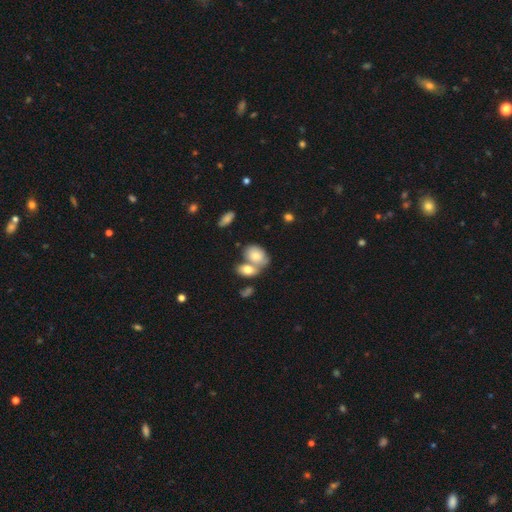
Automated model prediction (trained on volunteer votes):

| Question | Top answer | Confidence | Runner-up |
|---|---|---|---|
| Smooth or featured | smooth | 69% | featured or disk (23%) |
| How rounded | in between | 77% | round (22%) |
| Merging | merger | 51% | none (32%) |